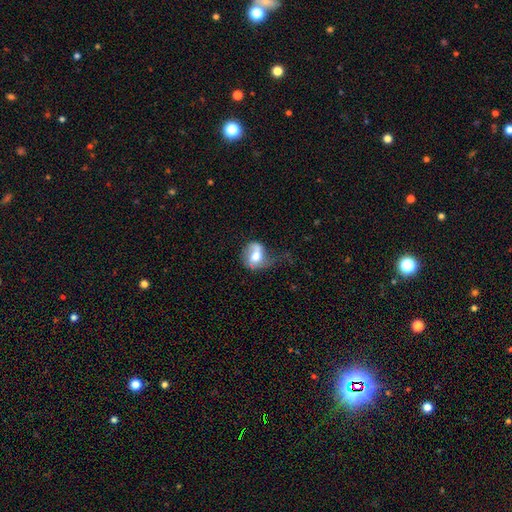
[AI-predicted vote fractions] smooth 50%, featured or disk 41%, star or artifact 9%. Down the decision tree: how rounded — round (51%); merging — none (32%).